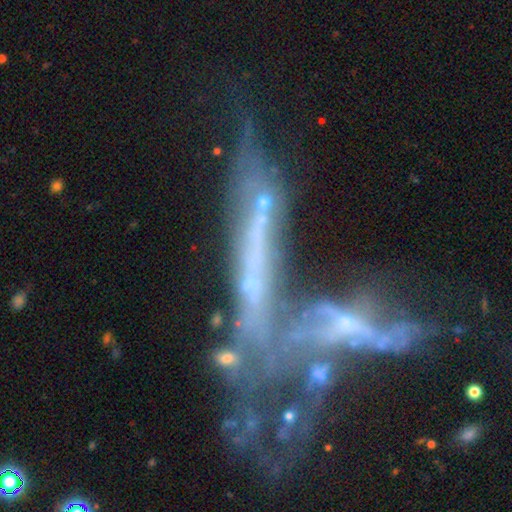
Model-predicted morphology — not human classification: Q: Smooth or featured?
A: featured or disk (65%); runner-up: smooth (19%)
Q: Edge-on disk?
A: no (51%); runner-up: yes (49%)
Q: Merging?
A: merger (61%); runner-up: major disturbance (17%)